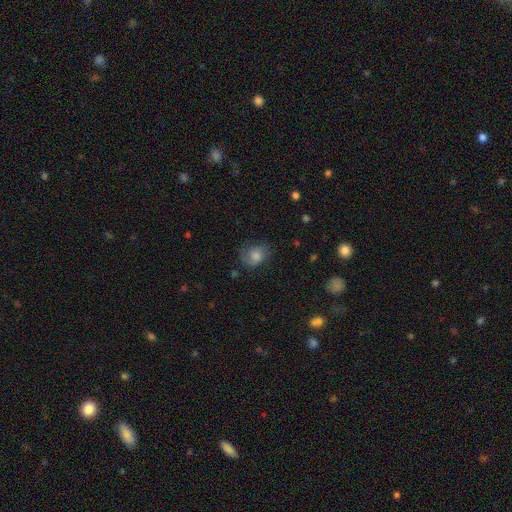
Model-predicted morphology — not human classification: Q: Smooth or featured?
A: smooth (57%); runner-up: featured or disk (31%)
Q: How rounded?
A: round (57%); runner-up: in between (42%)
Q: Merging?
A: none (60%); runner-up: minor disturbance (24%)